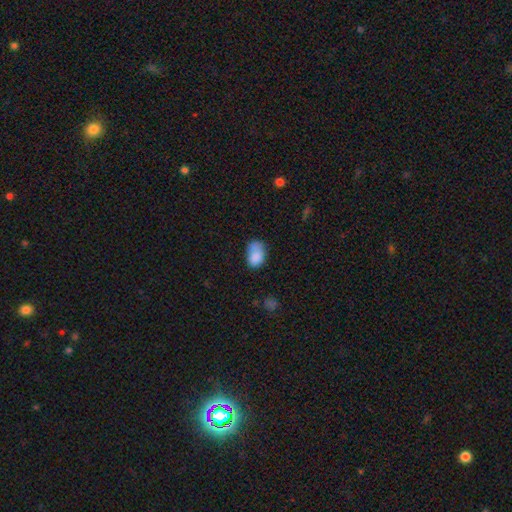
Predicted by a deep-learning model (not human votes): smooth 83%, star or artifact 9%, featured or disk 8%. Down the decision tree: how rounded — in between (86%); merging — none (46%).